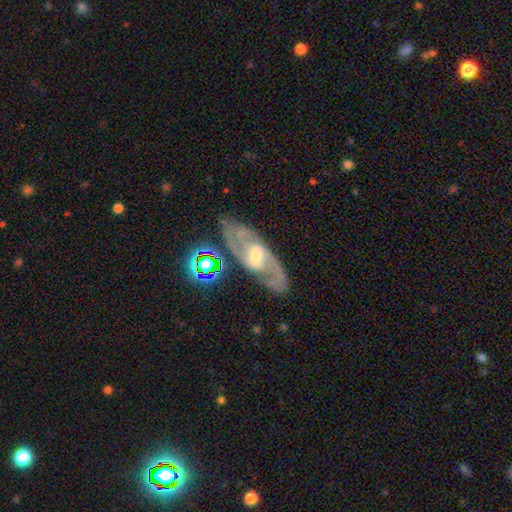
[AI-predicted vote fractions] Smooth or featured?
  - featured or disk: 83% *
  - smooth: 10%
  - star or artifact: 7%
Edge-on disk?
  - no: 90% *
  - yes: 10%
Bar?
  - weak: 50% *
  - no: 26%
  - strong: 24%
Spiral arms?
  - yes: 94% *
  - no: 6%
Spiral winding?
  - medium: 54% *
  - tight: 25%
  - loose: 21%
Spiral arm count?
  - 2: 86% *
  - can't tell: 8%
  - 3: 2%
  - 1: 2%
  - 4: 1%
  - more than 4: 1%
Bulge size?
  - moderate: 52% *
  - small: 37%
  - large: 7%
  - none: 3%
  - dominant: 1%
Merging?
  - none: 77% *
  - minor disturbance: 15%
  - major disturbance: 5%
  - merger: 3%